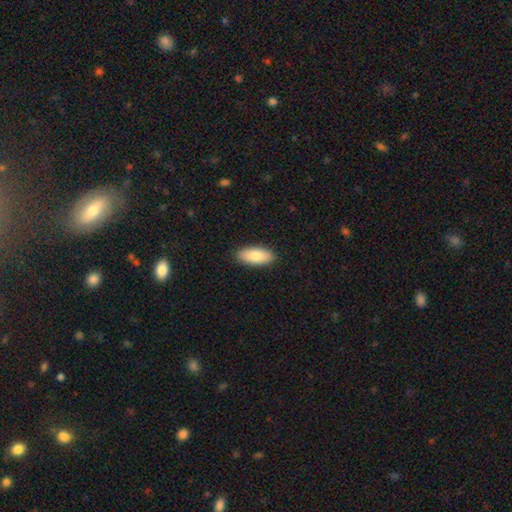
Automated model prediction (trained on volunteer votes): smooth 84%, featured or disk 10%, star or artifact 6%. Down the decision tree: how rounded — in between (87%); merging — none (90%).